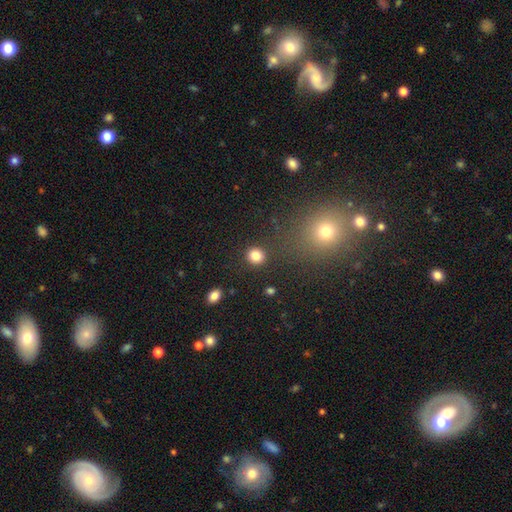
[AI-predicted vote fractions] This appears to be a smooth galaxy with no disk features (84%) that is round (85%). Merging: none (89%).